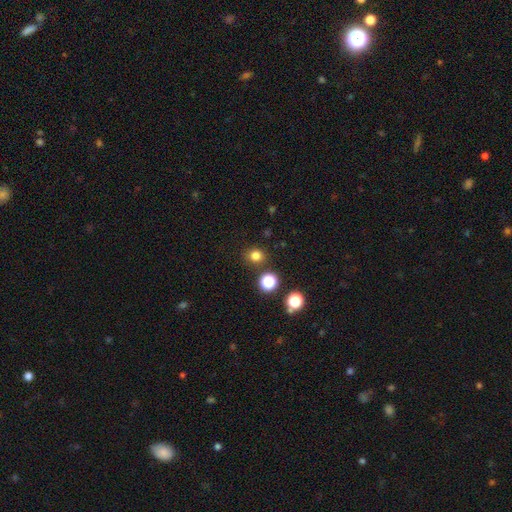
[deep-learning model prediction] Overall: smooth (79%). How rounded: round (84%). Merging: none (87%).